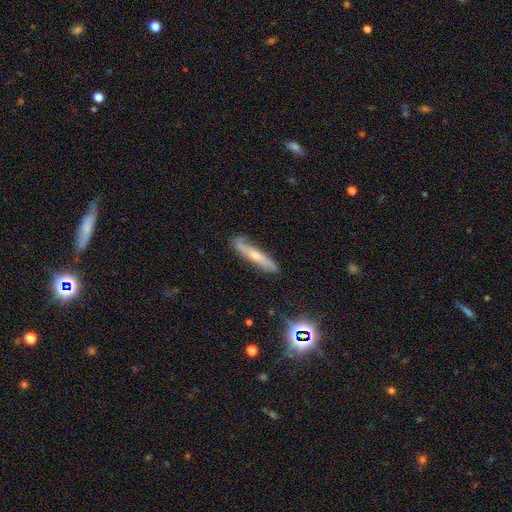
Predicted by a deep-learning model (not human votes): This appears to be a smooth galaxy with no disk features (46%). Merging: none (77%).